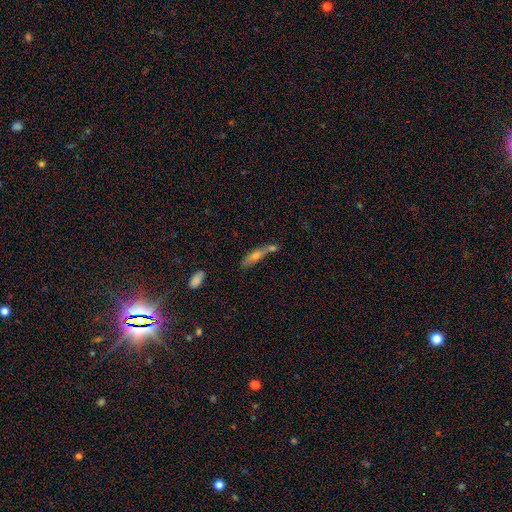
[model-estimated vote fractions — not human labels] This is possibly a smooth galaxy (54%). How rounded: likely cigar-shaped (68%). Merging: marginally none (39%).